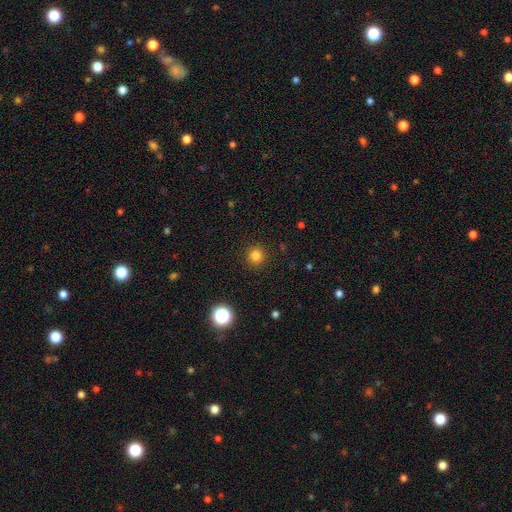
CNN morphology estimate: Smooth or featured? Predicted: smooth (p=0.82). How rounded? Predicted: round (p=0.94). Merging? Predicted: none (p=0.91).